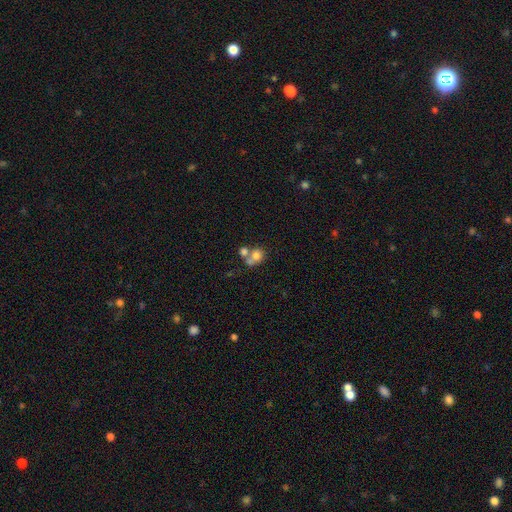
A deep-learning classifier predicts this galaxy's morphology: This appears to be a smooth galaxy with no disk features (72%) that is round (70%). Merging: merger (54%).